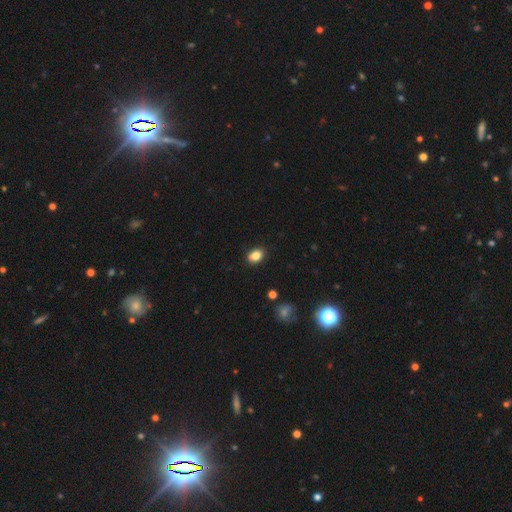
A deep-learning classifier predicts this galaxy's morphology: Smooth or featured? Predicted: smooth (p=0.85). How rounded? Predicted: in between (p=0.75). Merging? Predicted: none (p=0.86).